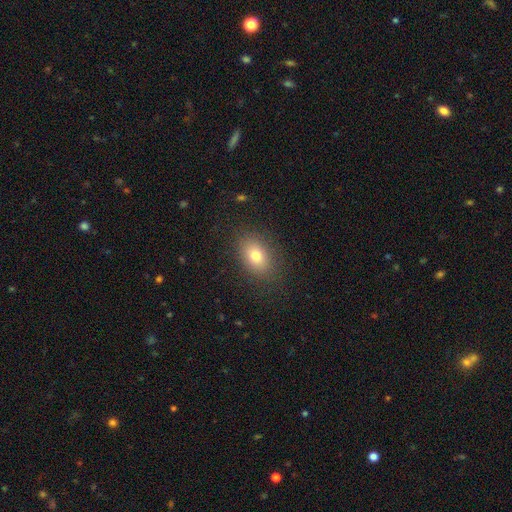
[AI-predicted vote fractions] Overall: smooth (78%). How rounded: in between (80%). Merging: none (86%).